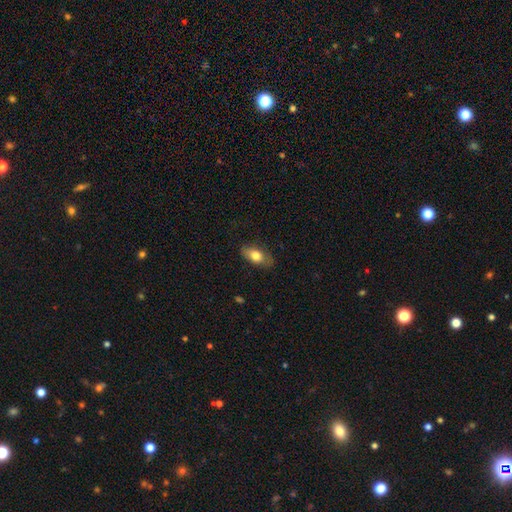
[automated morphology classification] Smooth or featured? smooth (75%)
How rounded? in between (87%)
Merging? none (79%)